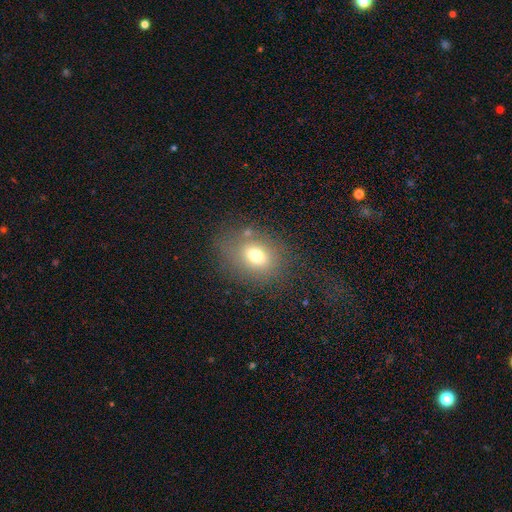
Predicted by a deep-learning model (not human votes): Smooth or featured? smooth (70%)
How rounded? in between (52%)
Merging? none (74%)